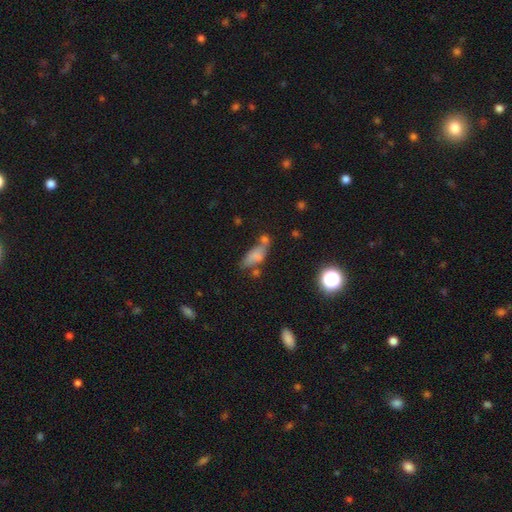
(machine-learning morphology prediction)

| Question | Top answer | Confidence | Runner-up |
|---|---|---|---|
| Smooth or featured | smooth | 71% | featured or disk (16%) |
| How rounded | in between | 72% | cigar-shaped (24%) |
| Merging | none | 39% | merger (24%) |